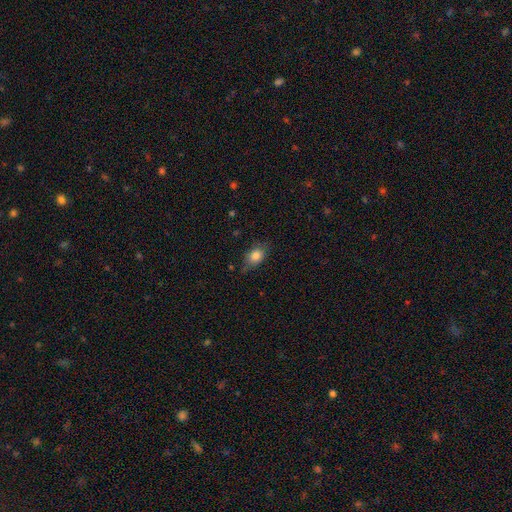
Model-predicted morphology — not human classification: Smooth or featured?
  - smooth: 82% *
  - featured or disk: 9%
  - star or artifact: 9%
How rounded?
  - in between: 70% *
  - round: 27%
  - cigar-shaped: 2%
Merging?
  - none: 70% *
  - minor disturbance: 23%
  - major disturbance: 5%
  - merger: 2%